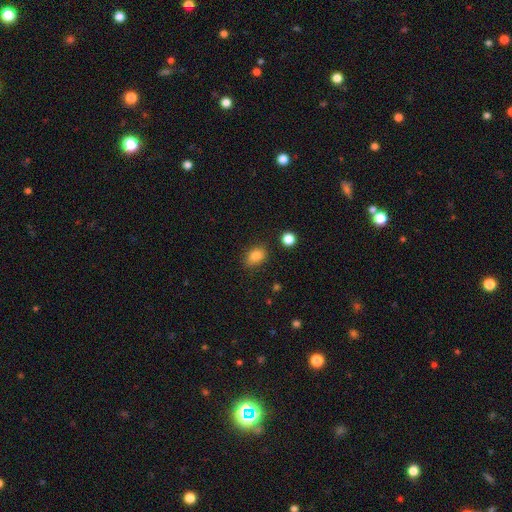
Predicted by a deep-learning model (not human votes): Overall: smooth (84%). How rounded: in between (74%). Merging: none (78%).